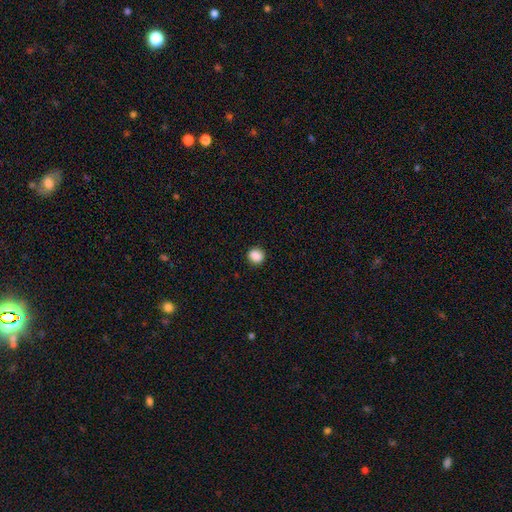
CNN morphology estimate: Q: Smooth or featured?
A: smooth (88%); runner-up: star or artifact (9%)
Q: How rounded?
A: round (86%); runner-up: in between (13%)
Q: Merging?
A: none (90%); runner-up: minor disturbance (7%)